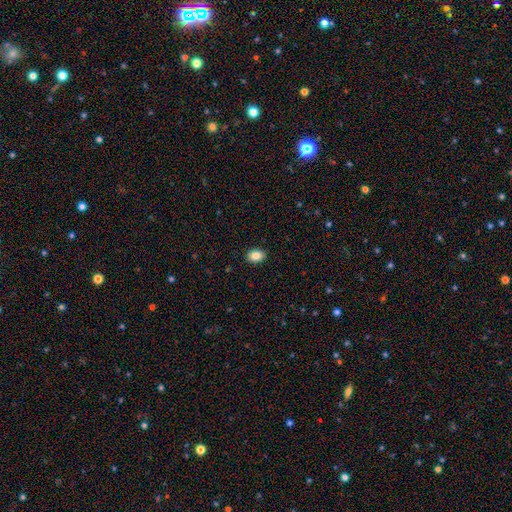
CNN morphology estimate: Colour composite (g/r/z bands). It shows a smooth galaxy with no disk features (86%) that is in between round and cigar-shaped (74%). Merging: none (90%).